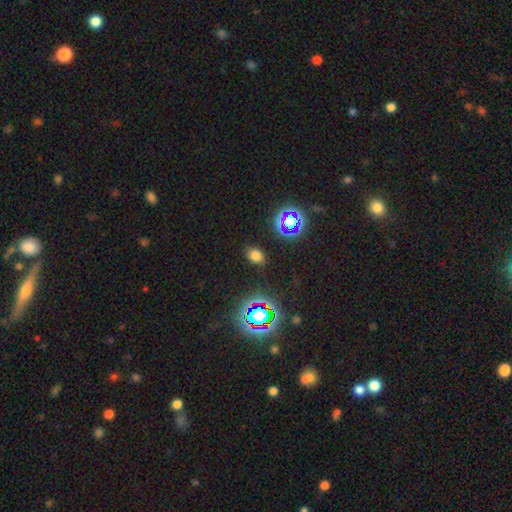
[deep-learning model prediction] Morphology: type=smooth (69%); roundness=in between (69%); merging=none (86%).